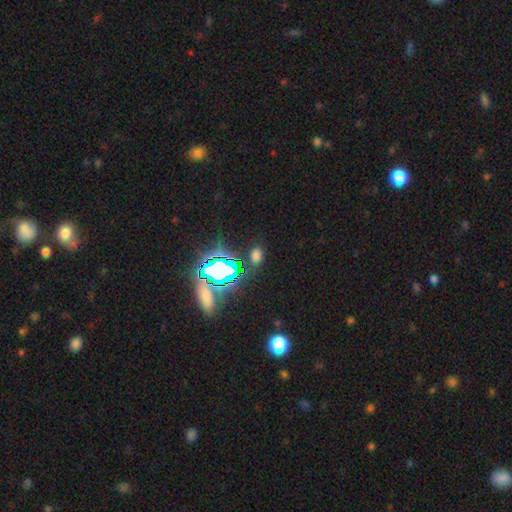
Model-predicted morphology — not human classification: This appears to be a smooth galaxy with no disk features (53%) that is in between round and cigar-shaped (72%). Merging: none (81%).